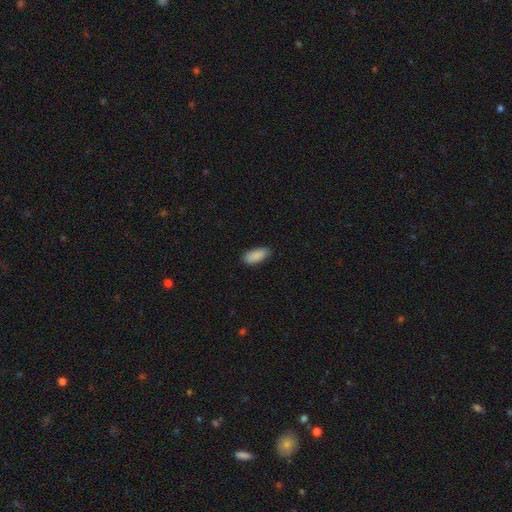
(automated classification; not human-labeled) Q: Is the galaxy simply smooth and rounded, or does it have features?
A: smooth — 89%.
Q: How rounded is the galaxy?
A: in between — 85%.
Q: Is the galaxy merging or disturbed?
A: none — 85%.